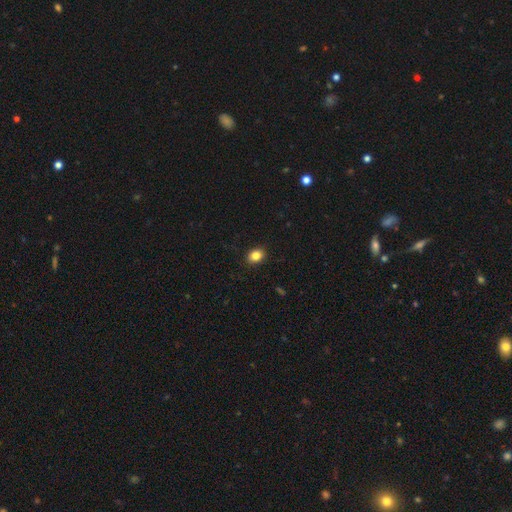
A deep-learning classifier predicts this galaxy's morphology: smooth_or_featured: smooth (p=0.84) [alt: star or artifact p=0.10]
how_rounded: in between (p=0.59) [alt: round p=0.40]
merging: none (p=0.90) [alt: minor disturbance p=0.07]